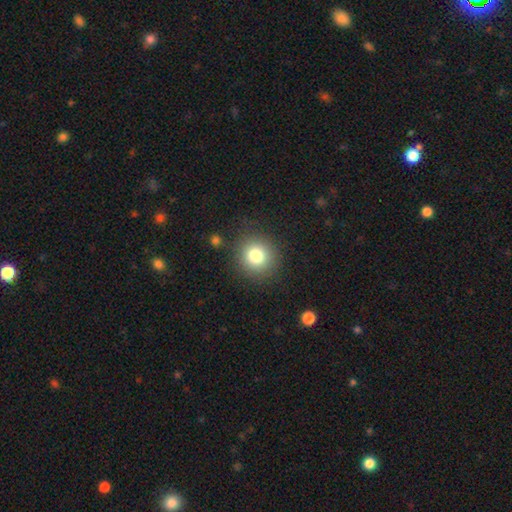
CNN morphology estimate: A smooth galaxy with no disk features (79%) that is round (92%).

Vote fractions:
- Smooth or featured? smooth: 79% / star or artifact: 12% / featured or disk: 9%
- How rounded? round: 92% / in between: 7% / cigar-shaped: 1%
- Merging? none: 86% / minor disturbance: 8% / major disturbance: 3% / merger: 2%